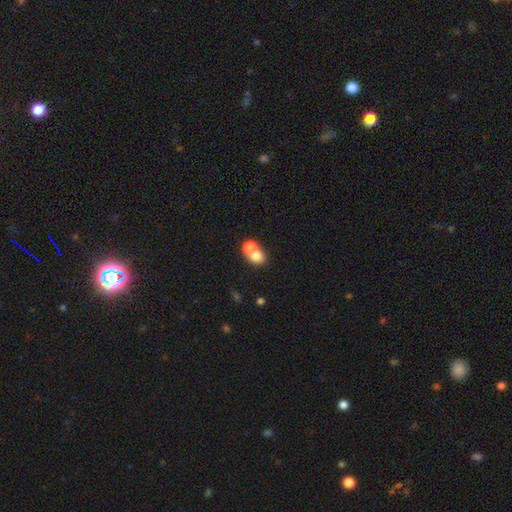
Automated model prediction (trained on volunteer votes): Q: Smooth or featured?
A: smooth (74%); runner-up: featured or disk (15%)
Q: How rounded?
A: round (65%); runner-up: in between (34%)
Q: Merging?
A: merger (65%); runner-up: none (27%)